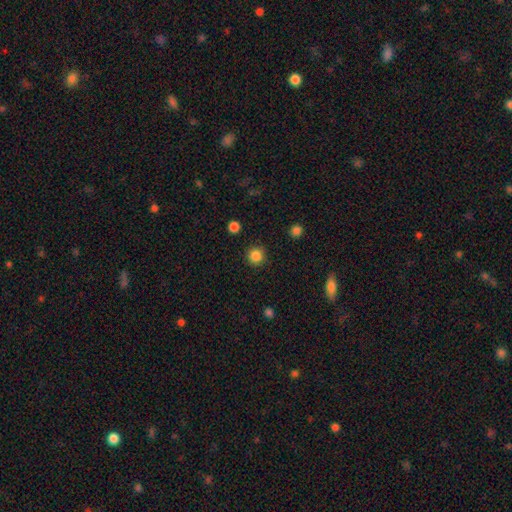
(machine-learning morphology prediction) Overall: smooth (85%). How rounded: round (95%). Merging: none (91%).